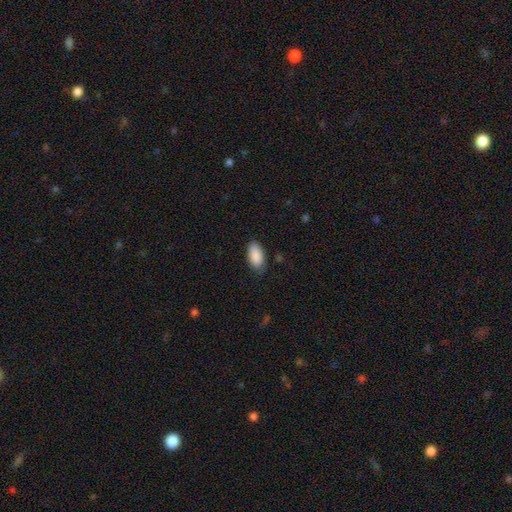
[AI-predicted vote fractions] Smooth or featured? smooth (90%)
How rounded? in between (93%)
Merging? none (81%)